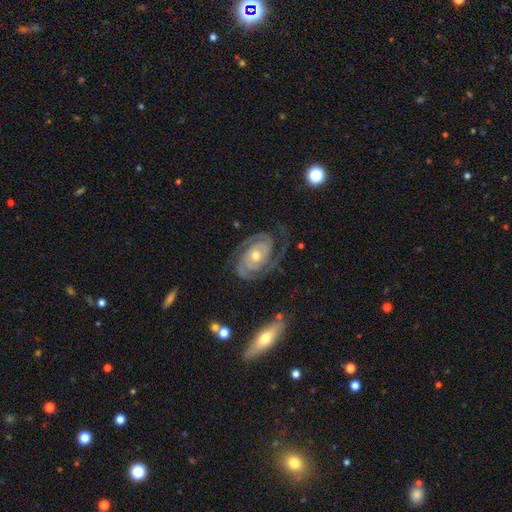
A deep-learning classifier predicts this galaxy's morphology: This is clearly a featured or disk galaxy (91%). It is clearly not viewed edge-on (97%). Bar: likely no (71%). Spiral arm pattern: clearly yes (98%). Spiral arm count: clearly 2 (83%). Spiral winding: likely tight (67%). Central bulge: possibly moderate (58%). Merging: likely none (73%).